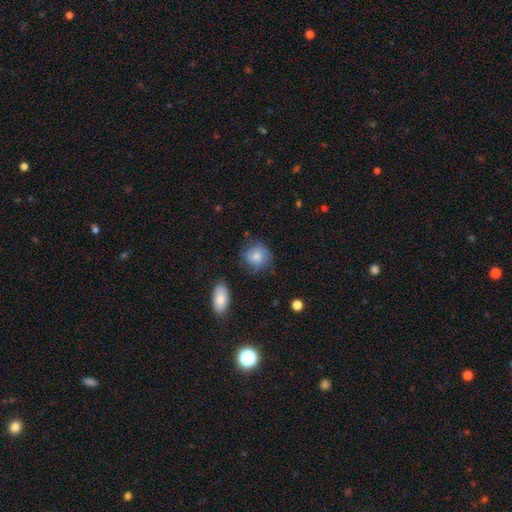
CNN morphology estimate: Q: Smooth or featured?
A: smooth (77%); runner-up: featured or disk (16%)
Q: How rounded?
A: round (79%); runner-up: in between (20%)
Q: Merging?
A: none (67%); runner-up: minor disturbance (23%)